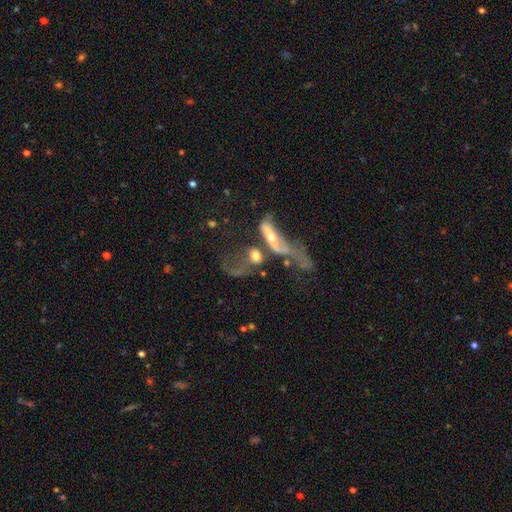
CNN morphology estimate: A featured or disk galaxy (53%). Merging: merger (60%).